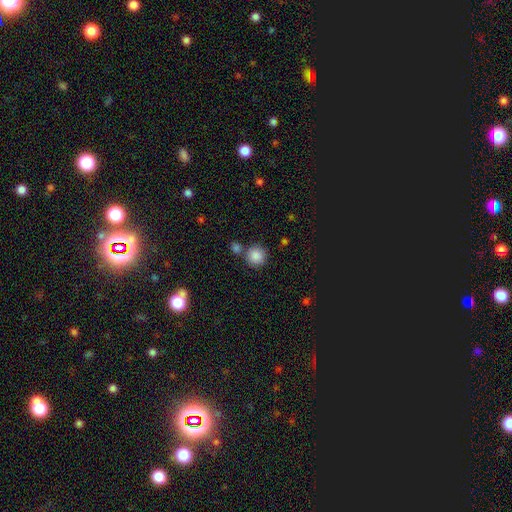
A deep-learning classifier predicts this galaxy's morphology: Smooth or featured: smooth — 86% (star or artifact — 9%)
How rounded: round — 93% (in between — 6%)
Merging: none — 70% (merger — 17%)